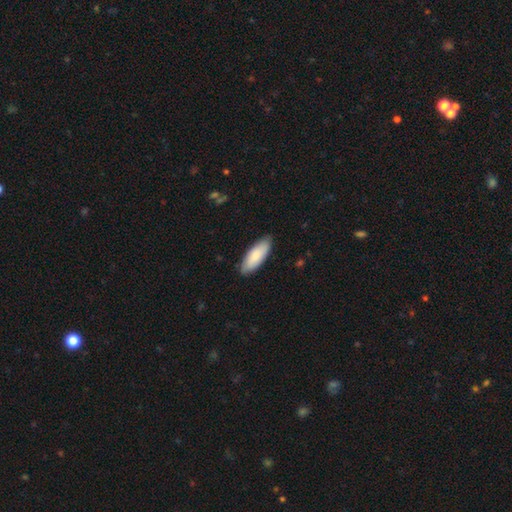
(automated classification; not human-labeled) smooth 83%, featured or disk 12%, star or artifact 5%. Down the decision tree: how rounded — in between (73%); merging — none (85%).